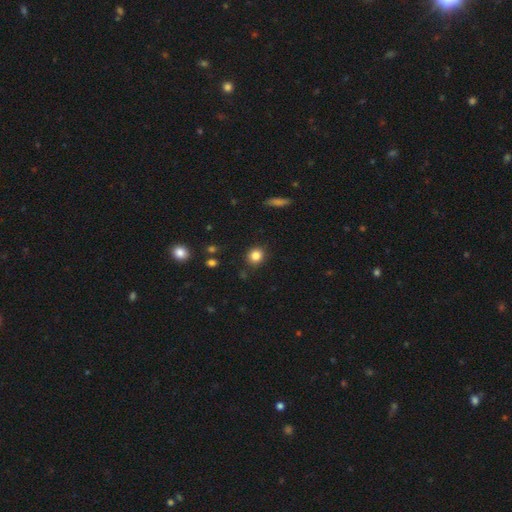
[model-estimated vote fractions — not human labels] This is clearly a smooth galaxy (84%). How rounded: clearly round (83%). Merging: clearly none (88%).